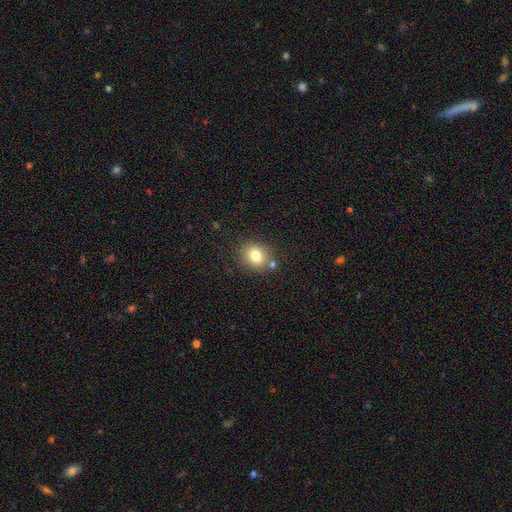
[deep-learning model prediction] Smooth or featured: smooth — 79% (star or artifact — 11%)
How rounded: round — 65% (in between — 34%)
Merging: none — 76% (minor disturbance — 12%)